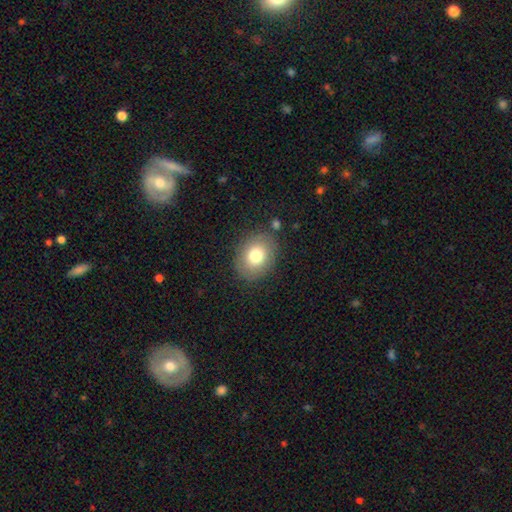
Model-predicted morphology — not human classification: Smooth or featured?
  - smooth: 76% *
  - featured or disk: 14%
  - star or artifact: 9%
How rounded?
  - round: 51% *
  - in between: 48%
  - cigar-shaped: 1%
Merging?
  - none: 83% *
  - minor disturbance: 11%
  - major disturbance: 4%
  - merger: 2%